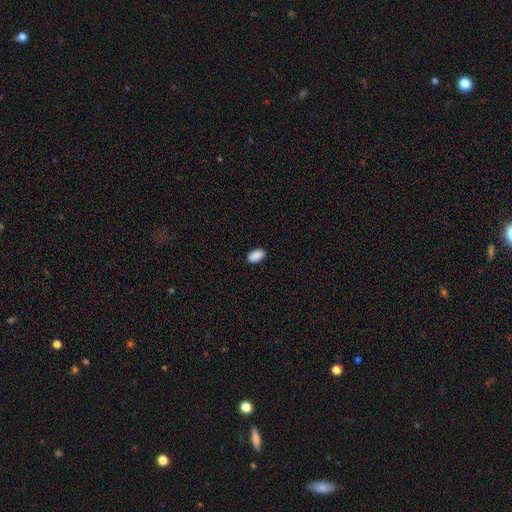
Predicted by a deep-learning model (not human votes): Smooth or featured? Predicted: smooth (p=0.90). How rounded? Predicted: in between (p=0.94). Merging? Predicted: none (p=0.90).